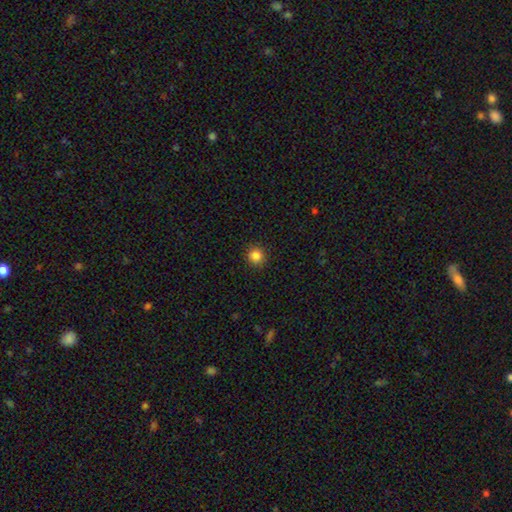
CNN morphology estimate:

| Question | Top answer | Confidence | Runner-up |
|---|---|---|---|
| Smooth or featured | smooth | 85% | star or artifact (11%) |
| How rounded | round | 93% | in between (6%) |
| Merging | none | 92% | minor disturbance (5%) |